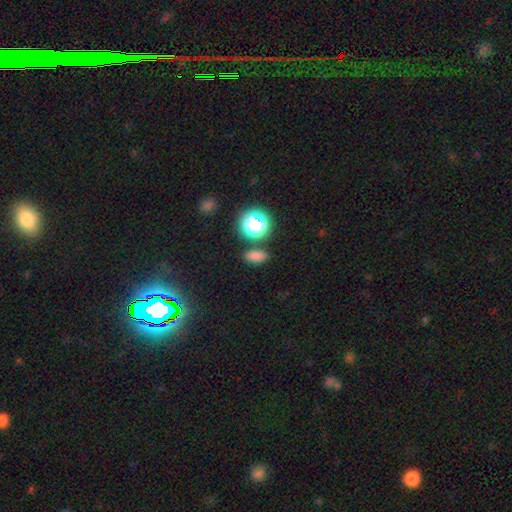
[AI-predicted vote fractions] smooth 73%, star or artifact 22%, featured or disk 5%. Down the decision tree: how rounded — in between (74%); merging — none (81%).